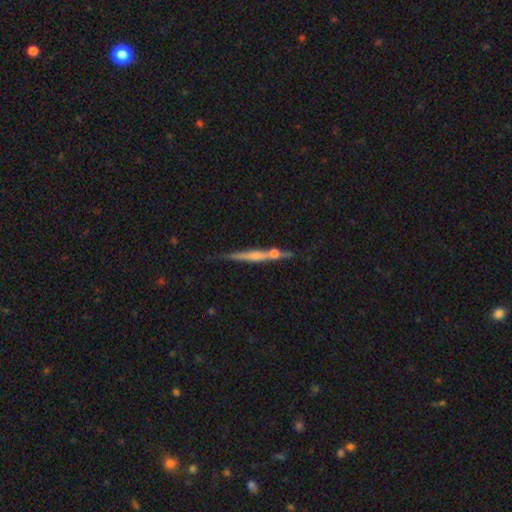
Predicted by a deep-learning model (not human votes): A featured or disk galaxy (61%) viewed edge-on (96%) with a rounded central bulge (52%). Merging: none (66%).